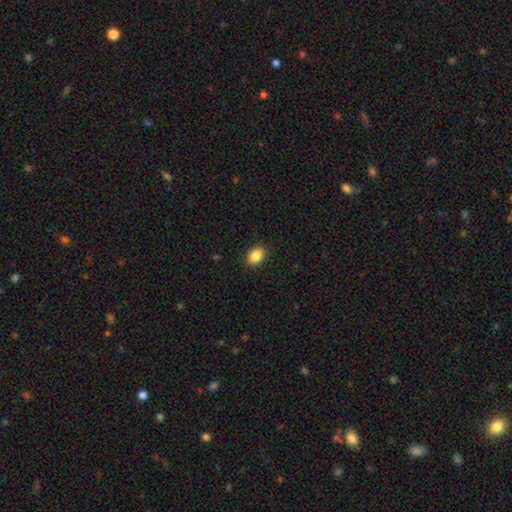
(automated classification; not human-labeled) smooth 88%, star or artifact 8%, featured or disk 4%. Down the decision tree: how rounded — in between (80%); merging — none (90%).